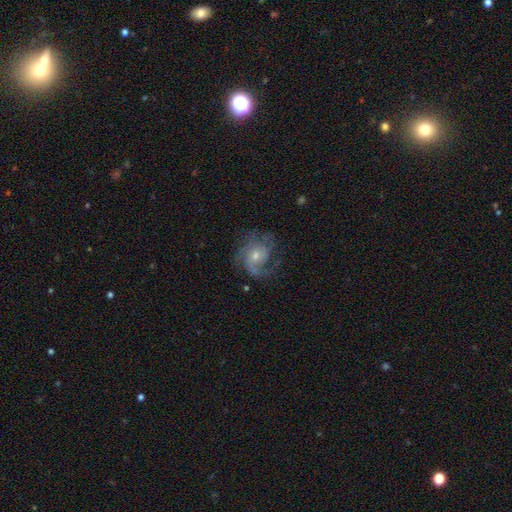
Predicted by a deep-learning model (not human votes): Smooth or featured?
  - featured or disk: 82% *
  - smooth: 11%
  - star or artifact: 8%
Edge-on disk?
  - no: 98% *
  - yes: 2%
Bar?
  - no: 72% *
  - weak: 24%
  - strong: 4%
Spiral arms?
  - yes: 94% *
  - no: 6%
Spiral winding?
  - medium: 47% *
  - tight: 33%
  - loose: 21%
Spiral arm count?
  - 2: 30% *
  - 3: 28%
  - can't tell: 21%
  - 1: 10%
  - 4: 7%
  - more than 4: 5%
Bulge size?
  - small: 47% * (tied)
  - moderate: 47% * (tied)
  - large: 3%
  - none: 2%
  - dominant: 1%
Merging?
  - none: 65% *
  - minor disturbance: 18%
  - major disturbance: 16%
  - merger: 1%